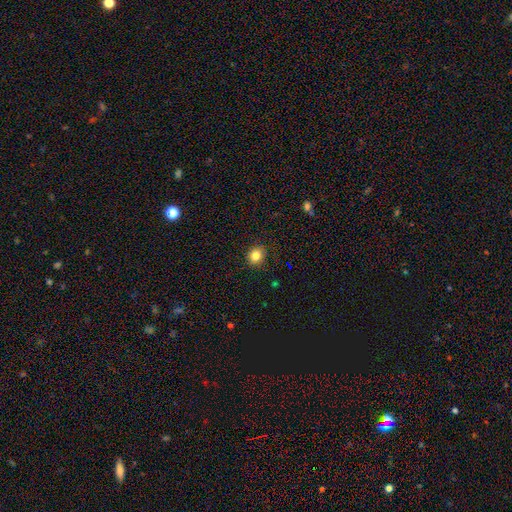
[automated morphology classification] Q: Smooth or featured?
A: smooth (83%); runner-up: star or artifact (11%)
Q: How rounded?
A: round (73%); runner-up: in between (26%)
Q: Merging?
A: none (90%); runner-up: minor disturbance (7%)